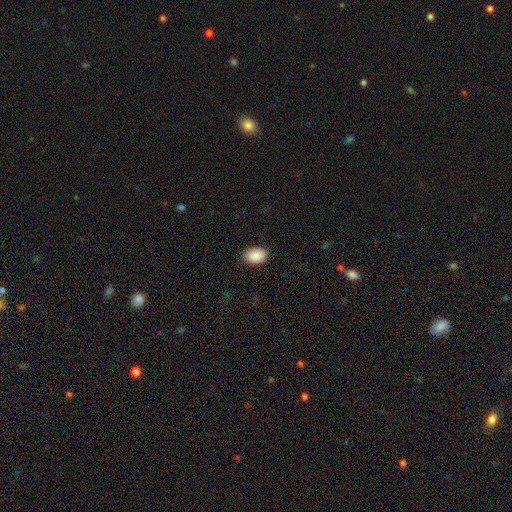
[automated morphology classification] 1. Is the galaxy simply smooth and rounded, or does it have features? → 90% smooth, 7% star or artifact, 3% featured or disk.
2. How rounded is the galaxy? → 84% in between, 15% round, 1% cigar-shaped.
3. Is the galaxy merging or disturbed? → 86% none, 11% minor disturbance, 2% major disturbance, 1% merger.